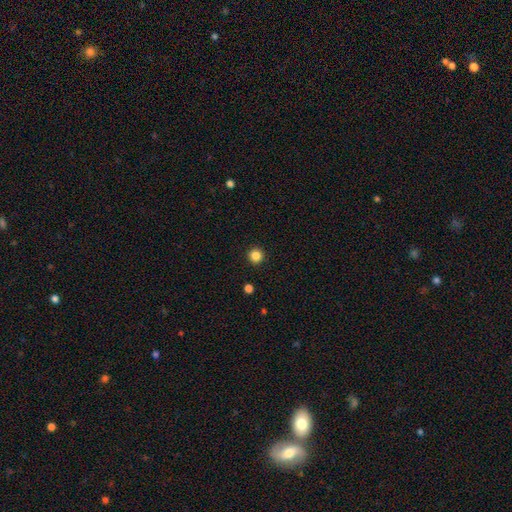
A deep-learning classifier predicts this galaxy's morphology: A smooth galaxy with no disk features (86%) that is round (96%). Merging: none (94%).